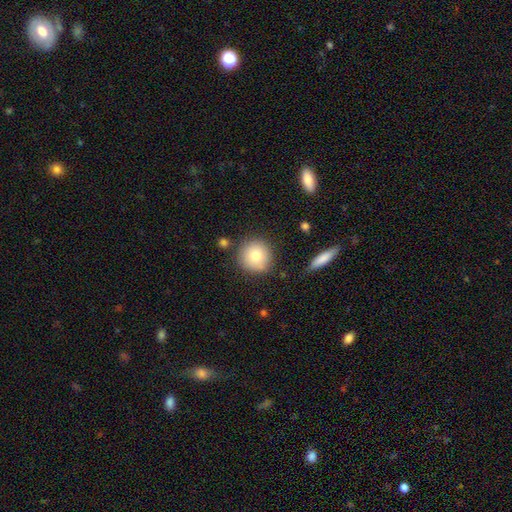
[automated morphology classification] This appears to be a smooth galaxy with no disk features (79%) that is round (93%). Merging: none (83%).